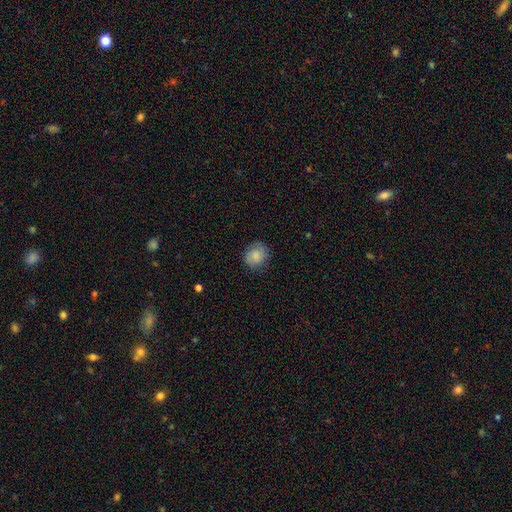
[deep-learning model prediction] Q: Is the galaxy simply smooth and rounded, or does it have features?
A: smooth — 80%.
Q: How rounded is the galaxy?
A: round — 74%.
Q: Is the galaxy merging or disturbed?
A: none — 81%.